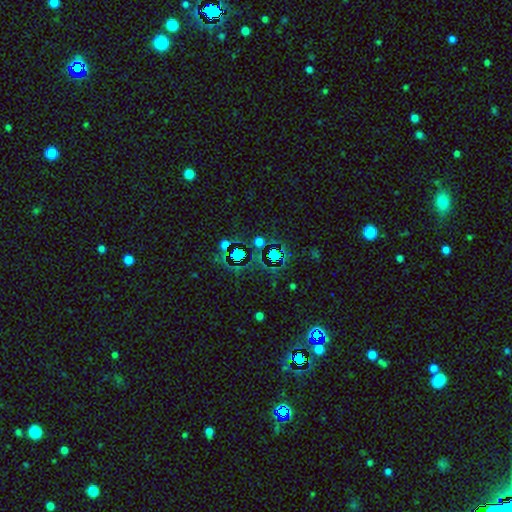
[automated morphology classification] This appears to be a star or artifact, not a galaxy (69%).